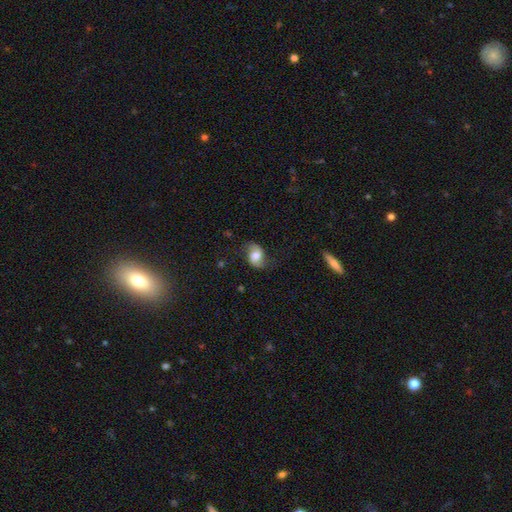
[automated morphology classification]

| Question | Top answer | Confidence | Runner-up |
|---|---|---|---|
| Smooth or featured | smooth | 48% | featured or disk (44%) |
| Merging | none | 70% | minor disturbance (20%) |